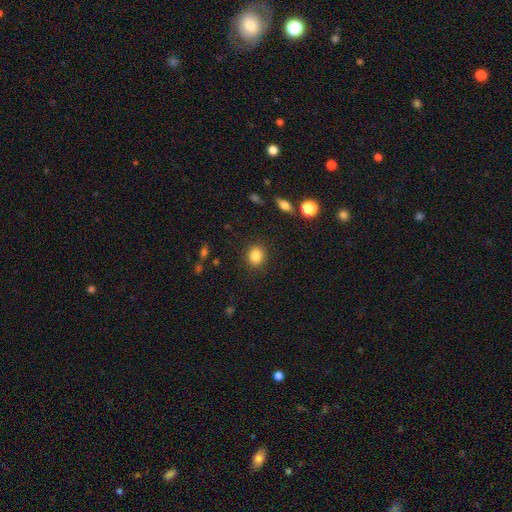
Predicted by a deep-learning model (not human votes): Smooth or featured: smooth — 85% (star or artifact — 10%)
How rounded: round — 74% (in between — 25%)
Merging: none — 89% (minor disturbance — 7%)